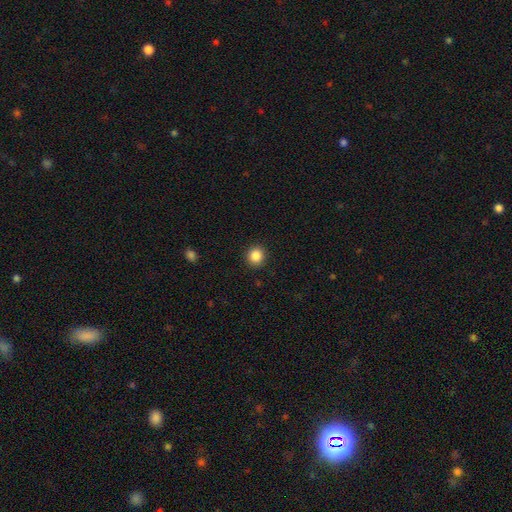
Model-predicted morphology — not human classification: The model was most divided on "smooth or featured": smooth: 87%, star or artifact: 10%, featured or disk: 4%. More confident: merging — none (91%); how rounded — round (90%).